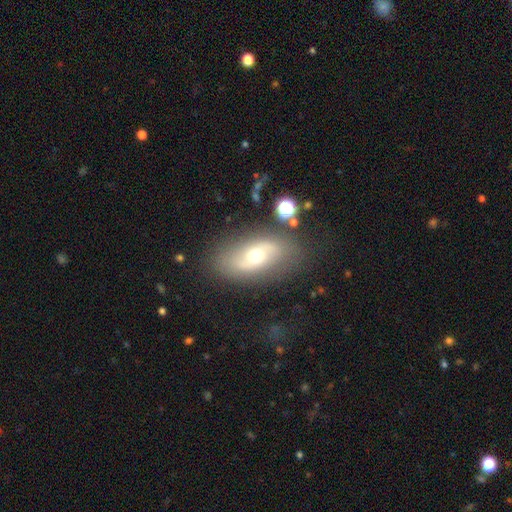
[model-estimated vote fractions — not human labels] Smooth or featured? Predicted: featured or disk (p=0.54). Edge-on disk? Predicted: no (p=0.89). Merging? Predicted: none (p=0.78).